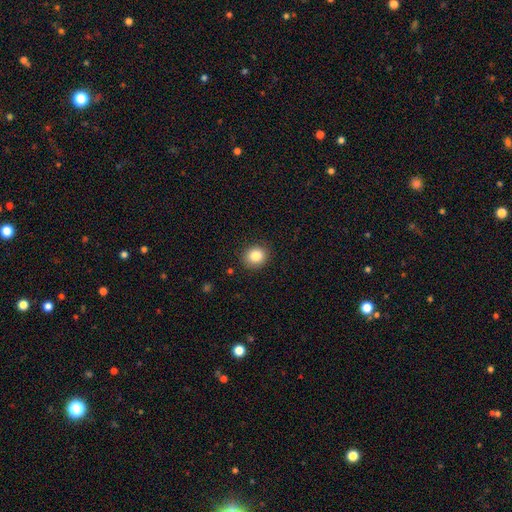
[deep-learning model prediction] Smooth or featured? smooth (85%)
How rounded? round (77%)
Merging? none (89%)